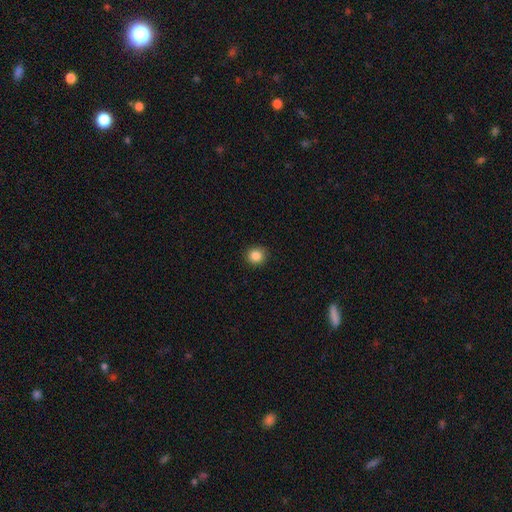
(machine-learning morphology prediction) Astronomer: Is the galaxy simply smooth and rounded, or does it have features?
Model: smooth — 86%.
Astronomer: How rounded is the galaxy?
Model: round — 92%.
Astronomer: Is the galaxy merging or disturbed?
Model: none — 91%.